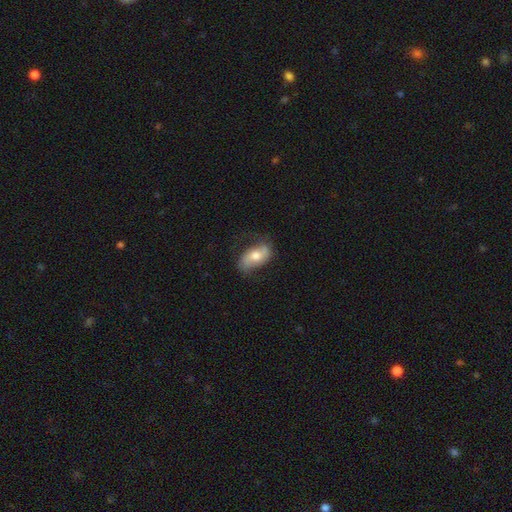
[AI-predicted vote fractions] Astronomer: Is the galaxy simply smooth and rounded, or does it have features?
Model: smooth — 50% (runner-up: featured or disk, 44%).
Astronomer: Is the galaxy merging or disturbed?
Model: none — 65%.